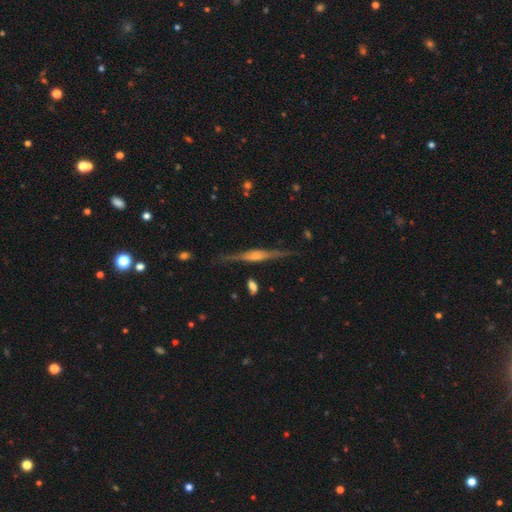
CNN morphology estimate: The model was most divided on "edge-on bulge": rounded: 66%, boxy: 24%, none: 10%. More confident: edge-on disk — yes (97%); merging — none (85%); smooth or featured — featured or disk (80%).